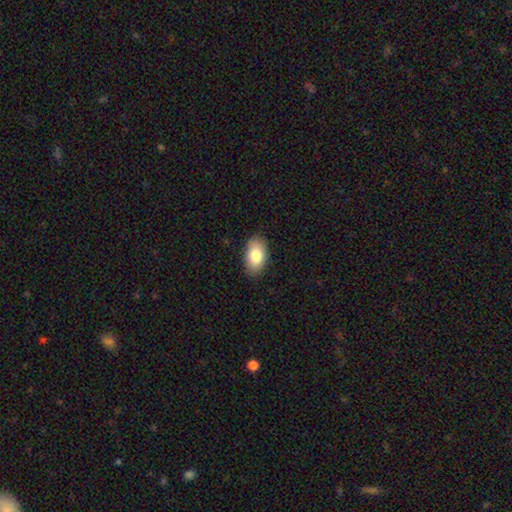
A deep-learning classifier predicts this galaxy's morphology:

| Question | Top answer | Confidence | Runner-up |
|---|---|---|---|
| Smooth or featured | smooth | 82% | featured or disk (11%) |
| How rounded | in between | 93% | round (5%) |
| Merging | none | 87% | minor disturbance (10%) |